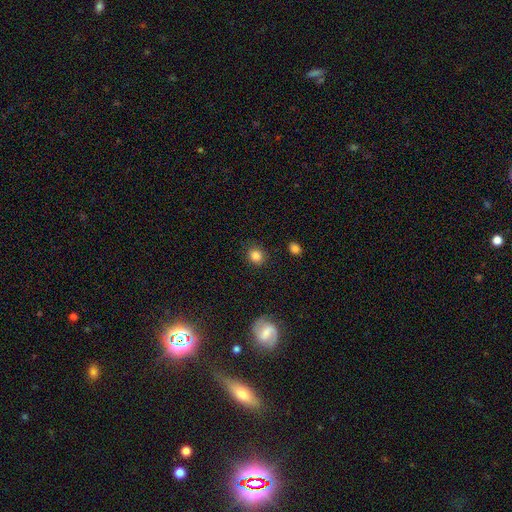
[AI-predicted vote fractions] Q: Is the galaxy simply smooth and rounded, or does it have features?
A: smooth — 84%.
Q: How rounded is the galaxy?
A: round — 78%.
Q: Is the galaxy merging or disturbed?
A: none — 86%.